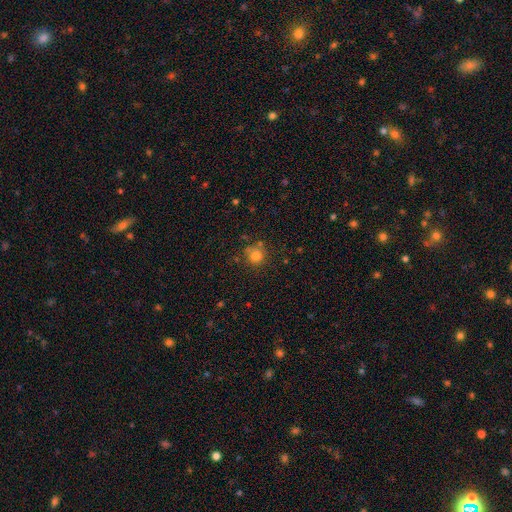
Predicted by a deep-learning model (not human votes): Q: Smooth or featured?
A: smooth (79%); runner-up: star or artifact (14%)
Q: How rounded?
A: round (91%); runner-up: in between (8%)
Q: Merging?
A: none (74%); runner-up: minor disturbance (14%)